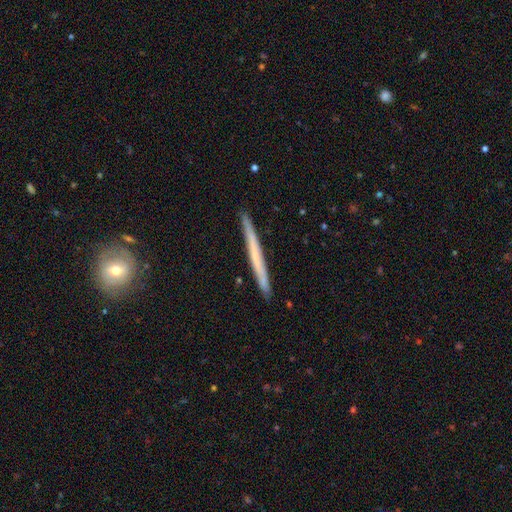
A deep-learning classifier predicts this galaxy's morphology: smooth_or_featured: featured or disk (p=0.49) [alt: smooth p=0.45]
merging: none (p=0.91) [alt: minor disturbance p=0.06]